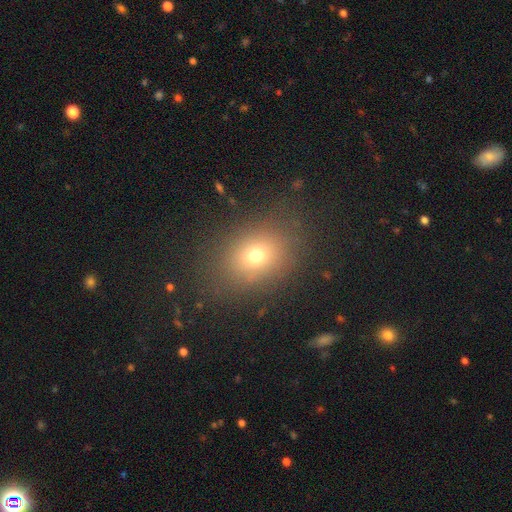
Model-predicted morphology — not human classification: Smooth or featured?
  - smooth: 69% *
  - star or artifact: 18%
  - featured or disk: 13%
How rounded?
  - in between: 55% *
  - round: 44%
  - cigar-shaped: 1%
Merging?
  - none: 81% *
  - minor disturbance: 12%
  - major disturbance: 6%
  - merger: 1%